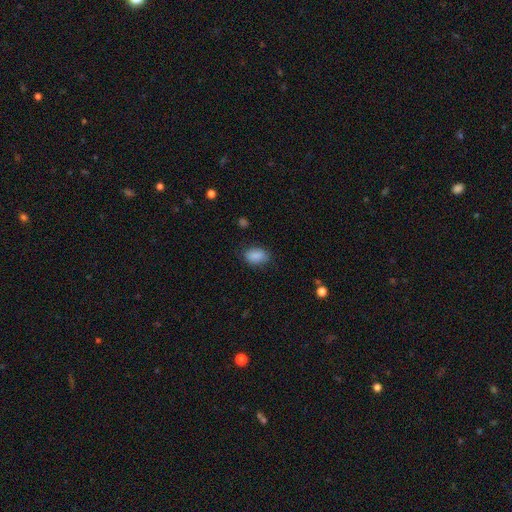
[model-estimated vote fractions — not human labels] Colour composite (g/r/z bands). It shows a smooth galaxy with no disk features (88%) that is in between round and cigar-shaped (86%). Merging: none (79%).